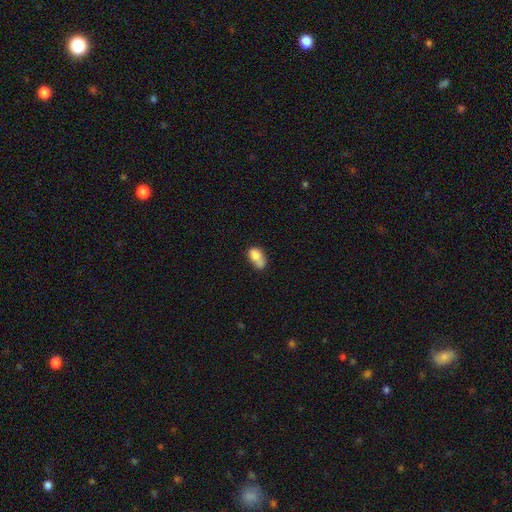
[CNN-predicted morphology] type=smooth (74%); roundness=in between (78%); merging=merger (48%).